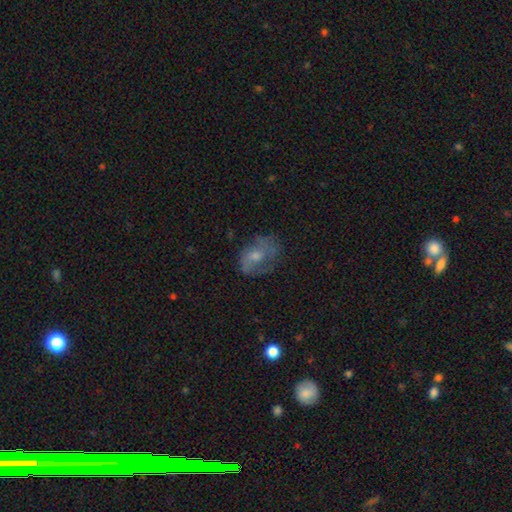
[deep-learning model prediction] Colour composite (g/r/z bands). It shows a featured or disk galaxy (53%) with no bar (67%), spiral arms (64%) and a moderate central bulge (52%). Merging: none (54%).